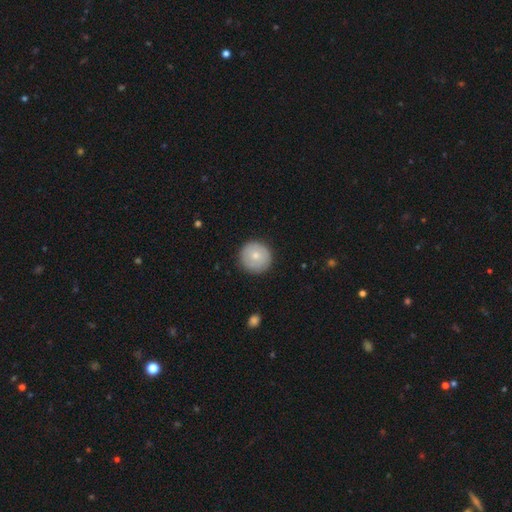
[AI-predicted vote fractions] smooth_or_featured: smooth (p=0.72) [alt: featured or disk p=0.22]
how_rounded: round (p=0.95) [alt: in between p=0.04]
merging: none (p=0.89) [alt: minor disturbance p=0.08]